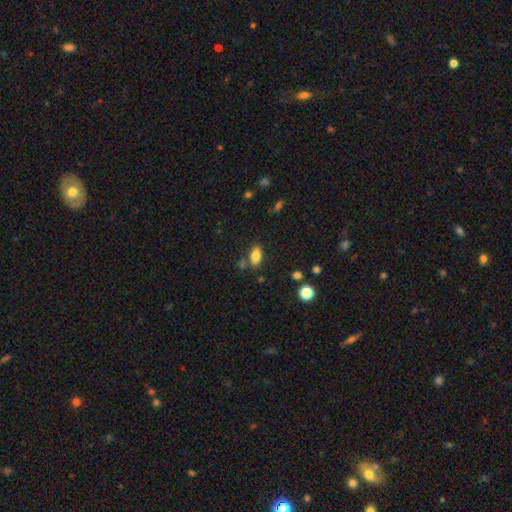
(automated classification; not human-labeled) Smooth or featured: smooth — 82% (star or artifact — 9%)
How rounded: in between — 88% (cigar-shaped — 8%)
Merging: none — 76% (minor disturbance — 13%)